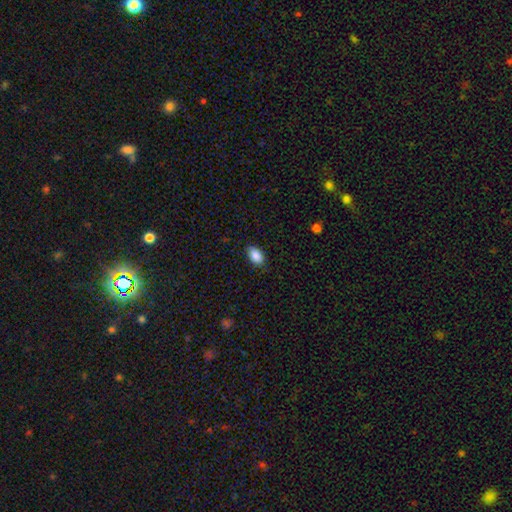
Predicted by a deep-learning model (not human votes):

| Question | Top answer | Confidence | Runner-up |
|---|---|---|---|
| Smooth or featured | smooth | 88% | star or artifact (7%) |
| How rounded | in between | 91% | round (7%) |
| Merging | none | 84% | minor disturbance (13%) |